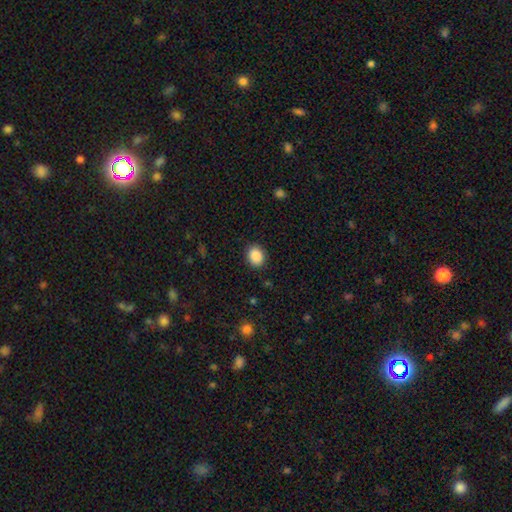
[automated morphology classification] The model was most divided on "how rounded": round: 51%, in between: 48%, cigar-shaped: 1%. More confident: smooth or featured — smooth (89%); merging — none (89%).